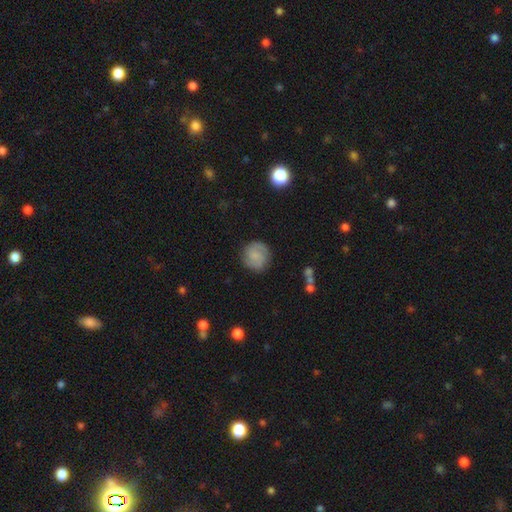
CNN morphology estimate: Smooth or featured?
  - smooth: 59% *
  - featured or disk: 32%
  - star or artifact: 8%
How rounded?
  - round: 89% *
  - in between: 10%
  - cigar-shaped: 1%
Merging?
  - none: 81% *
  - minor disturbance: 13%
  - major disturbance: 4%
  - merger: 2%